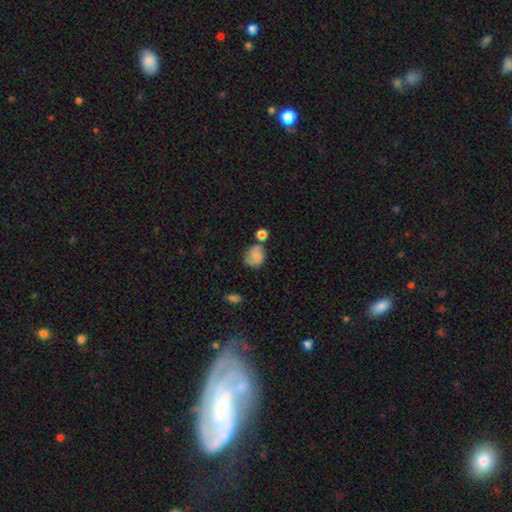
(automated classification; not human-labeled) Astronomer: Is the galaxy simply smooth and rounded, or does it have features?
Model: smooth — 74%.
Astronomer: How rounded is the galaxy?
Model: round — 67%.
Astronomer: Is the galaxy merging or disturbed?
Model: none — 52%.